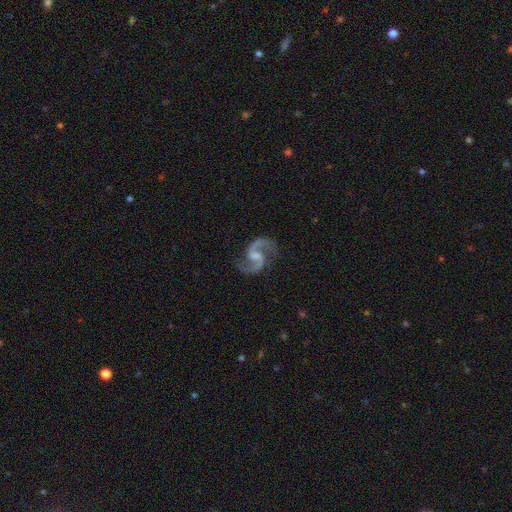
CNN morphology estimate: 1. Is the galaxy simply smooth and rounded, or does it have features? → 93% featured or disk, 4% star or artifact, 3% smooth.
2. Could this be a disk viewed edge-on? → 98% no, 2% yes.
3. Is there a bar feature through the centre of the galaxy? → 51% weak, 37% no, 12% strong.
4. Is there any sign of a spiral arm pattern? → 98% yes, 2% no.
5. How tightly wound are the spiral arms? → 53% medium, 40% loose, 7% tight.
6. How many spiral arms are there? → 95% 2, 1% 1, 1% can't tell, 1% 3, 1% 4, 1% more than 4.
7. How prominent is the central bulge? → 35% none, 32% small, 27% moderate, 4% large, 1% dominant.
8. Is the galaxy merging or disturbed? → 81% none, 13% minor disturbance, 5% major disturbance, 2% merger.